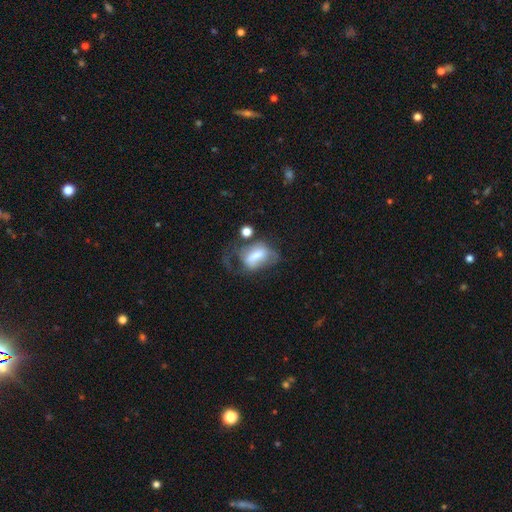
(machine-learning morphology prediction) Overall: smooth (52%; featured or disk 38%). How rounded: in between (82%). Merging: major disturbance (47%; none 20%).